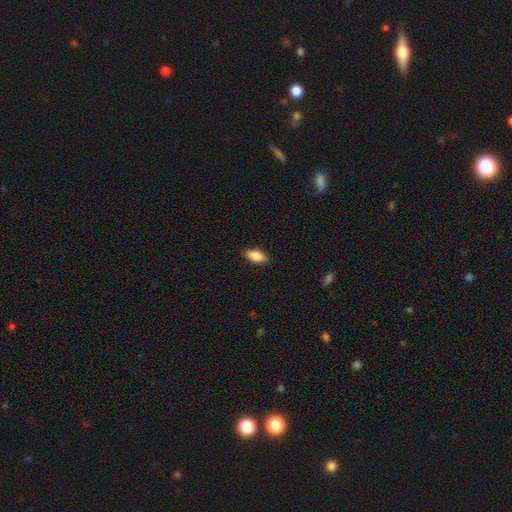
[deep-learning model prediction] Q: Smooth or featured?
A: smooth (81%); runner-up: featured or disk (13%)
Q: How rounded?
A: in between (86%); runner-up: cigar-shaped (12%)
Q: Merging?
A: none (88%); runner-up: minor disturbance (9%)